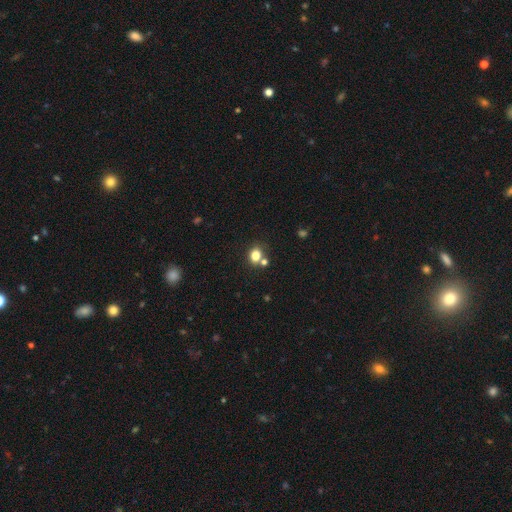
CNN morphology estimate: smooth_or_featured: smooth (p=0.79) [alt: star or artifact p=0.14]
how_rounded: round (p=0.59) [alt: in between p=0.40]
merging: none (p=0.65) [alt: merger p=0.21]